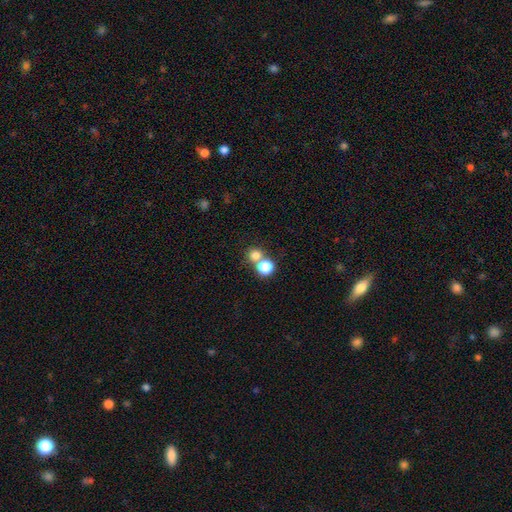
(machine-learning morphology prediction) A smooth galaxy with no disk features (78%) that is round (89%). Merging: none (50%).